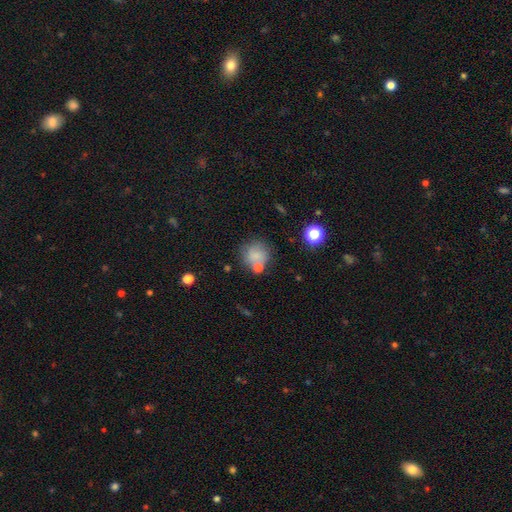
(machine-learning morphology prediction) type=smooth (74%); roundness=round (84%); merging=none (61%).